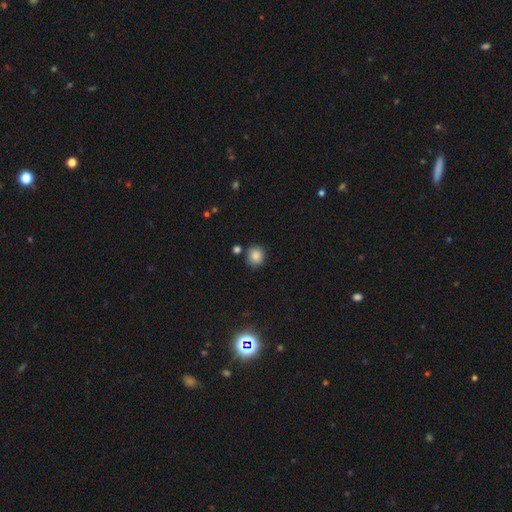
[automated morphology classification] A smooth galaxy with no disk features (85%) that is round (83%).

Vote fractions:
- Smooth or featured? smooth: 85% / star or artifact: 10% / featured or disk: 5%
- How rounded? round: 83% / in between: 16% / cigar-shaped: 1%
- Merging? none: 79% / minor disturbance: 12% / merger: 7% / major disturbance: 3%